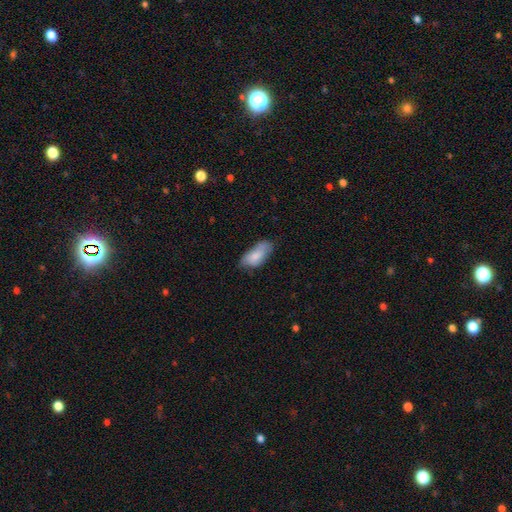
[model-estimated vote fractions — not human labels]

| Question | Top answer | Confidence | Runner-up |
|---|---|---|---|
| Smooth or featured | smooth | 79% | featured or disk (14%) |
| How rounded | in between | 91% | cigar-shaped (7%) |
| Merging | none | 53% | minor disturbance (35%) |